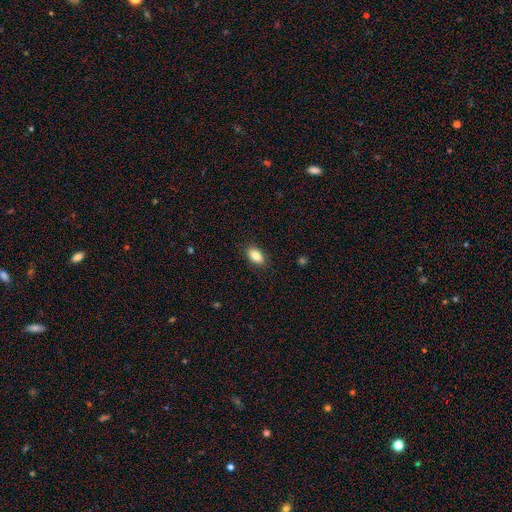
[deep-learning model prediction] This is clearly a smooth galaxy (85%). How rounded: clearly in between (90%). Merging: clearly none (87%).